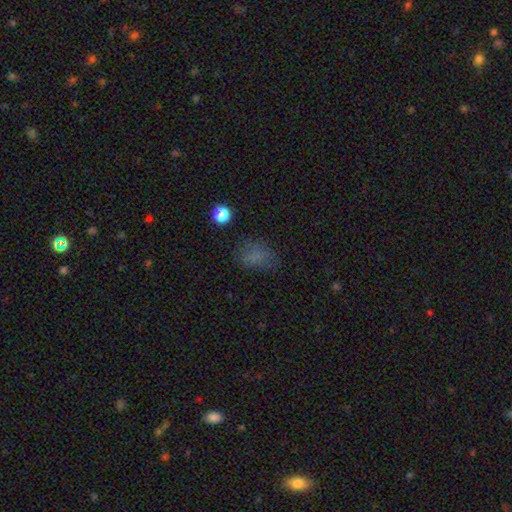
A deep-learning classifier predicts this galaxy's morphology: This appears to be a smooth galaxy with no disk features (70%) that is in between round and cigar-shaped (72%). Merging: none (63%).